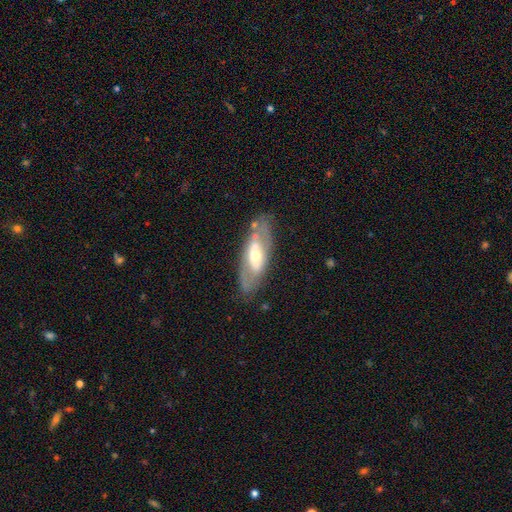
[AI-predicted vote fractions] Smooth or featured?
  - featured or disk: 66% *
  - smooth: 28%
  - star or artifact: 6%
Edge-on disk?
  - no: 82% *
  - yes: 18%
Bar?
  - no: 48% *
  - weak: 29%
  - strong: 23%
Spiral arms?
  - no: 56% *
  - yes: 44%
Bulge size?
  - moderate: 63% *
  - small: 26%
  - large: 8%
  - dominant: 1%
  - none: 1%
Merging?
  - none: 73% *
  - minor disturbance: 16%
  - major disturbance: 7%
  - merger: 4%